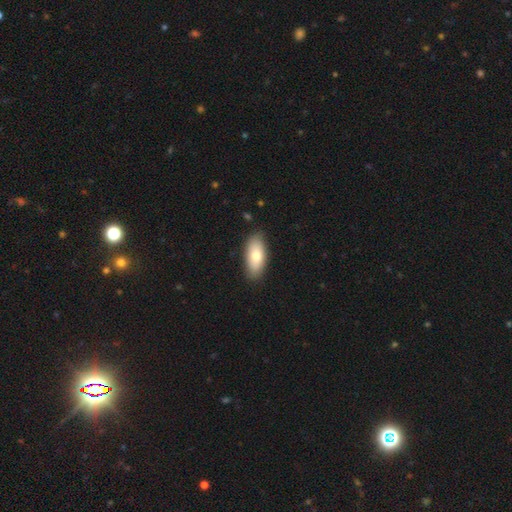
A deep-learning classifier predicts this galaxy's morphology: Smooth or featured? Predicted: smooth (p=0.74). How rounded? Predicted: in between (p=0.88). Merging? Predicted: none (p=0.85).